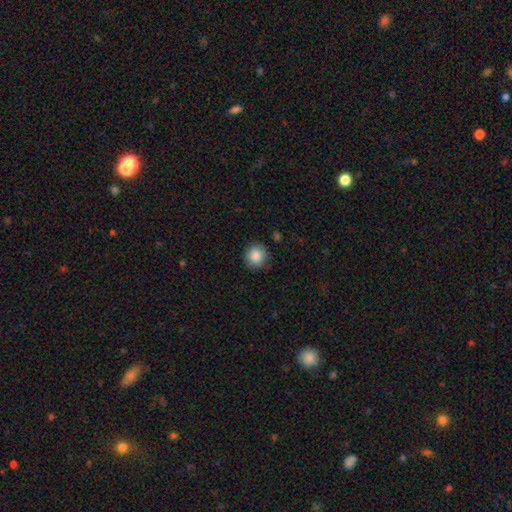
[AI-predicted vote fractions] smooth 87%, star or artifact 9%, featured or disk 4%. Down the decision tree: how rounded — round (90%); merging — none (87%).